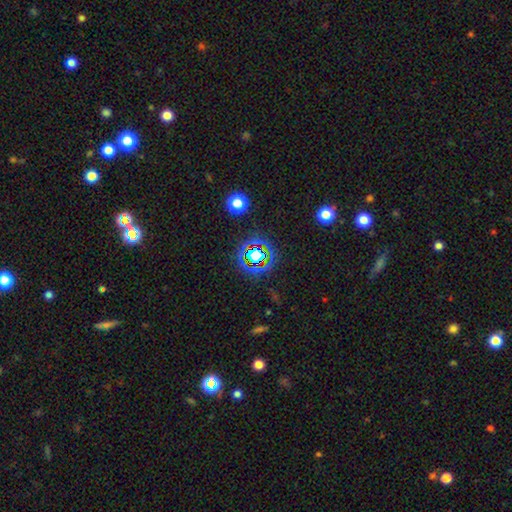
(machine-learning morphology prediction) star or artifact 70%, smooth 19%, featured or disk 11%.